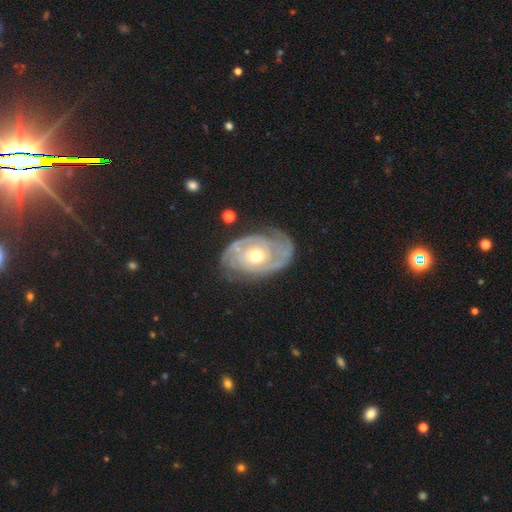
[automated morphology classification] Smooth or featured? Predicted: featured or disk (p=0.89). Edge-on disk? Predicted: no (p=0.97). Bar? Predicted: no (p=0.77). Spiral arms? Predicted: yes (p=0.95). Spiral winding? Predicted: tight (p=0.71). Spiral arm count? Predicted: 2 (p=0.56). Bulge size? Predicted: moderate (p=0.73). Merging? Predicted: none (p=0.73).